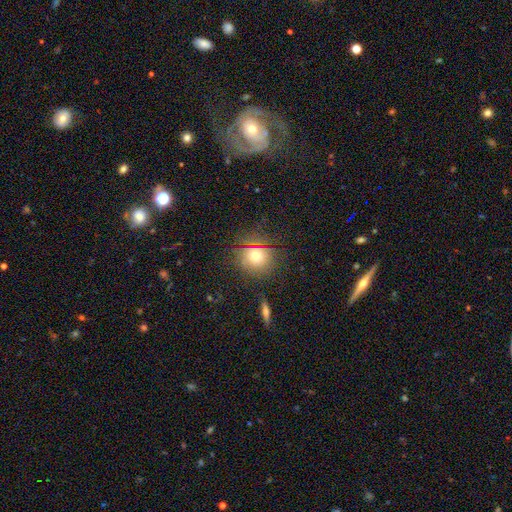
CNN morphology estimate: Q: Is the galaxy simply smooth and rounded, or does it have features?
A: smooth — 68%.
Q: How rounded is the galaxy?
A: round — 84%.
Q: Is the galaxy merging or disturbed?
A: none — 81%.